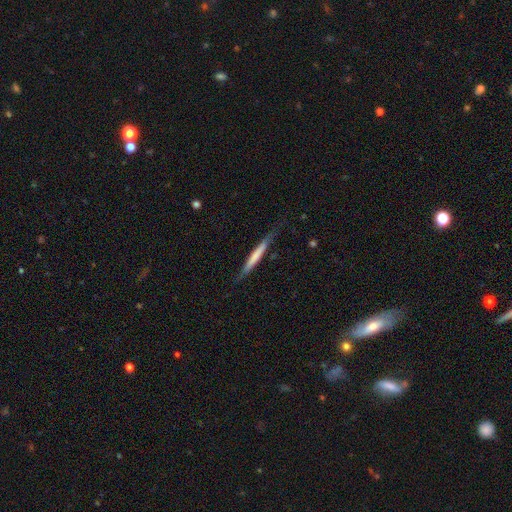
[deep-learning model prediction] Smooth or featured? smooth (54%)
How rounded? cigar-shaped (96%)
Merging? none (75%)